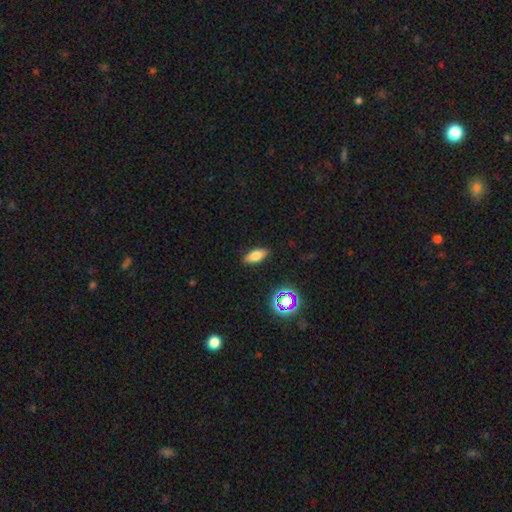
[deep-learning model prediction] The model was most divided on "smooth or featured": smooth: 73%, featured or disk: 14%, star or artifact: 12%. More confident: merging — none (87%); how rounded — in between (80%).